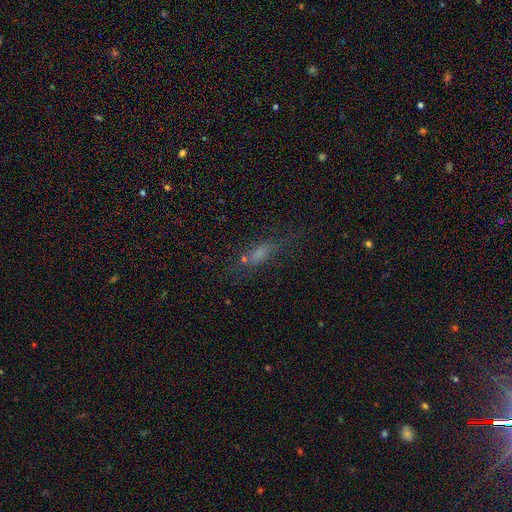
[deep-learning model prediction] Smooth or featured? Predicted: smooth (p=0.43). Merging? Predicted: none (p=0.62).